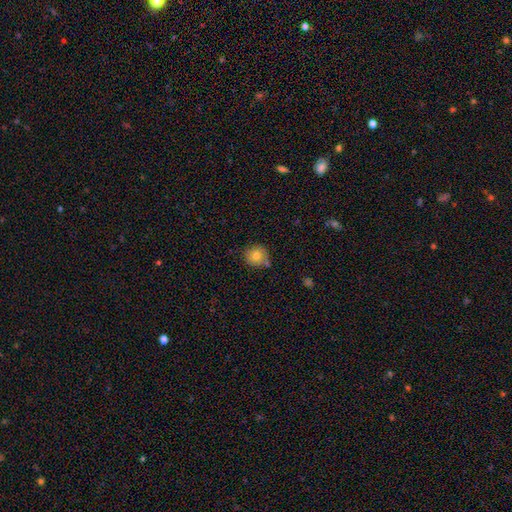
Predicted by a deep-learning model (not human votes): Smooth or featured?
  - smooth: 79% *
  - featured or disk: 11%
  - star or artifact: 10%
How rounded?
  - round: 91% *
  - in between: 8%
  - cigar-shaped: 1%
Merging?
  - none: 76% *
  - minor disturbance: 13%
  - merger: 8%
  - major disturbance: 3%